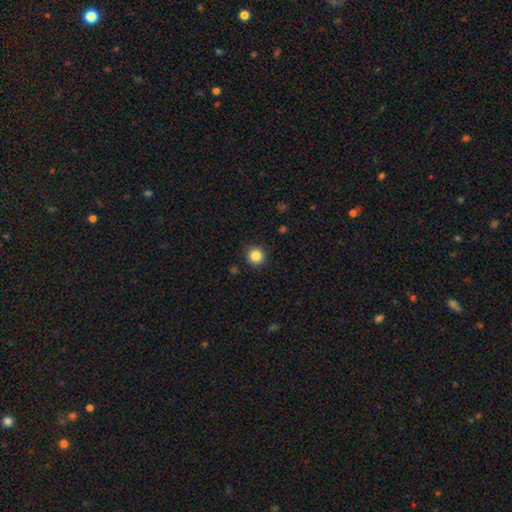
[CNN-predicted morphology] The model was most divided on "smooth or featured": smooth: 86%, star or artifact: 10%, featured or disk: 4%. More confident: how rounded — round (94%); merging — none (91%).